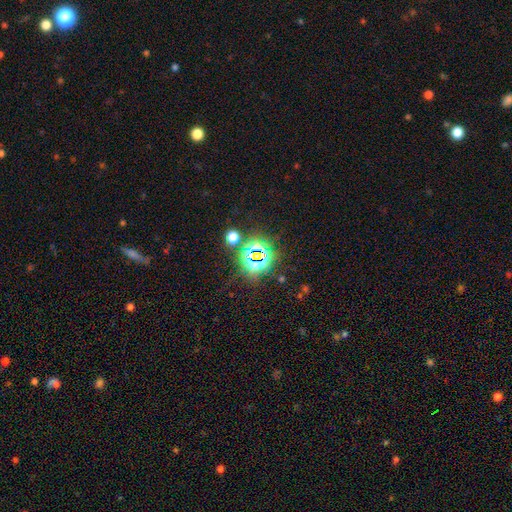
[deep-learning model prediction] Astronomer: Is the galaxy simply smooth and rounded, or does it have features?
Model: star or artifact — 75%.